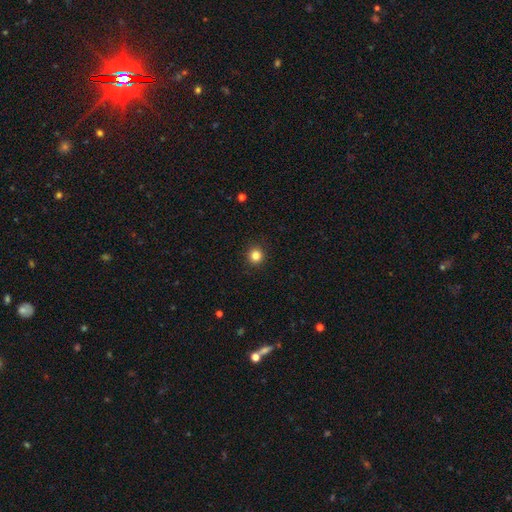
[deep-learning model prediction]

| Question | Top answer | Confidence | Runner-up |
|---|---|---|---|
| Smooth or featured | smooth | 83% | star or artifact (12%) |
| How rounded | round | 94% | in between (6%) |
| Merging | none | 92% | minor disturbance (5%) |